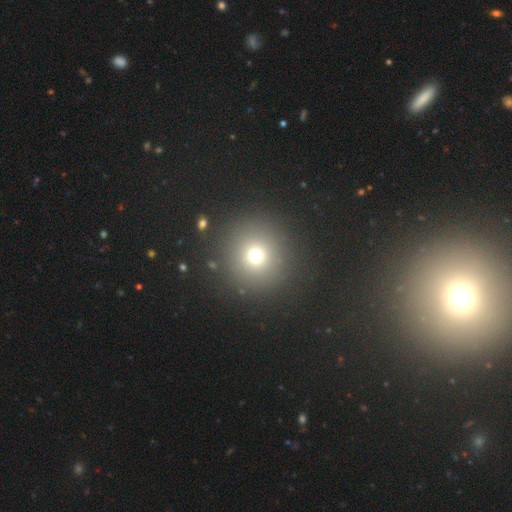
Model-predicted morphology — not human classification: smooth_or_featured: smooth (p=0.70) [alt: star or artifact p=0.20]
how_rounded: round (p=0.95) [alt: in between p=0.04]
merging: none (p=0.88) [alt: minor disturbance p=0.06]